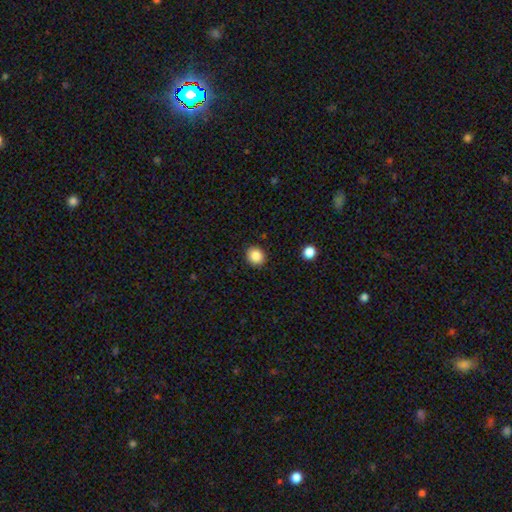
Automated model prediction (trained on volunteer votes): Smooth or featured: smooth — 87% (star or artifact — 9%)
How rounded: round — 74% (in between — 25%)
Merging: none — 90% (minor disturbance — 7%)